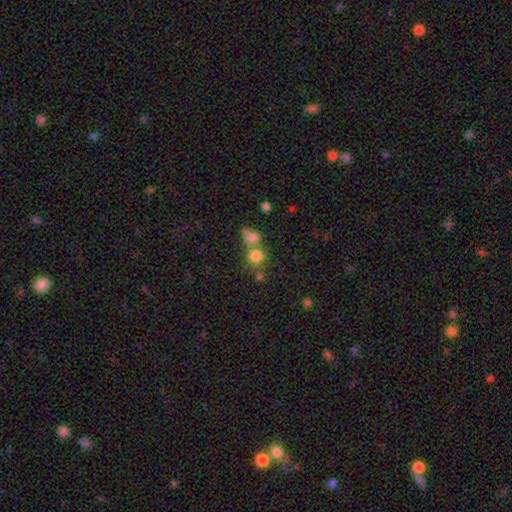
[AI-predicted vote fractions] smooth-or-featured: smooth: 78% | star or artifact: 13% | featured or disk: 9%
  how-rounded: round: 82% | in between: 16% | cigar-shaped: 1%
  merging: none: 48% | merger: 37% | minor disturbance: 9% | major disturbance: 5%